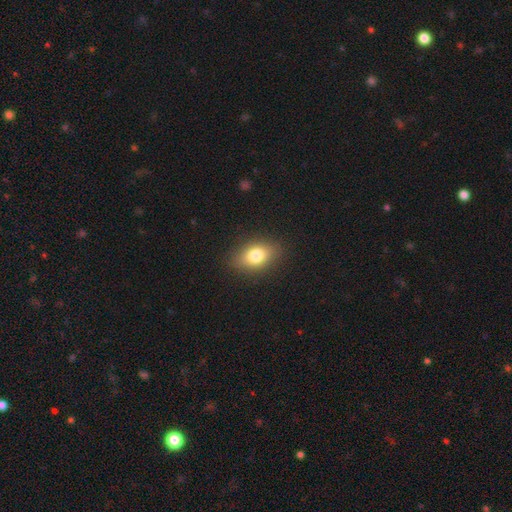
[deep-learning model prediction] smooth_or_featured: smooth (p=0.78) [alt: featured or disk p=0.13]
how_rounded: in between (p=0.80) [alt: round p=0.17]
merging: none (p=0.87) [alt: minor disturbance p=0.09]